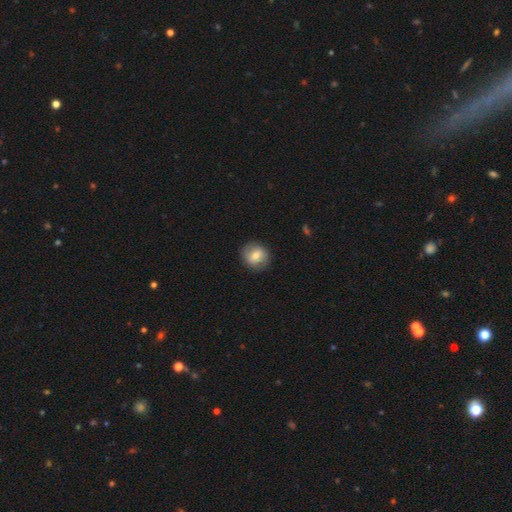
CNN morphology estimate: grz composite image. It shows a smooth galaxy with no disk features (67%) that is round (81%). Merging: none (86%).